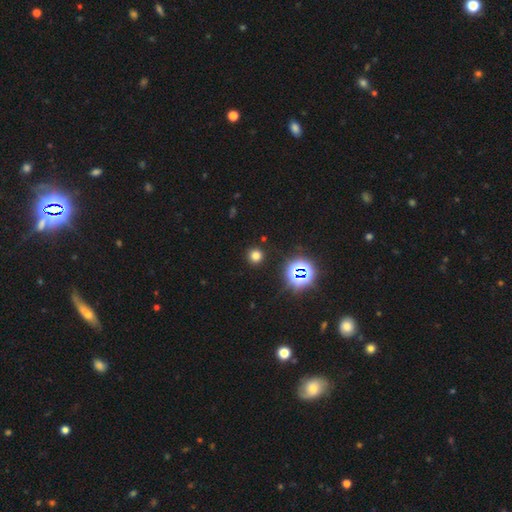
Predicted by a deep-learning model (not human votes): Smooth or featured: smooth — 70% (star or artifact — 24%)
How rounded: round — 93% (in between — 6%)
Merging: none — 90% (minor disturbance — 6%)